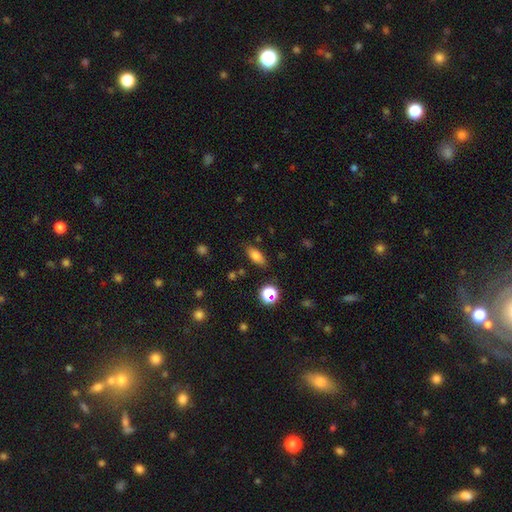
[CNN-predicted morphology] smooth 77%, star or artifact 12%, featured or disk 11%. Down the decision tree: how rounded — in between (81%); merging — none (82%).